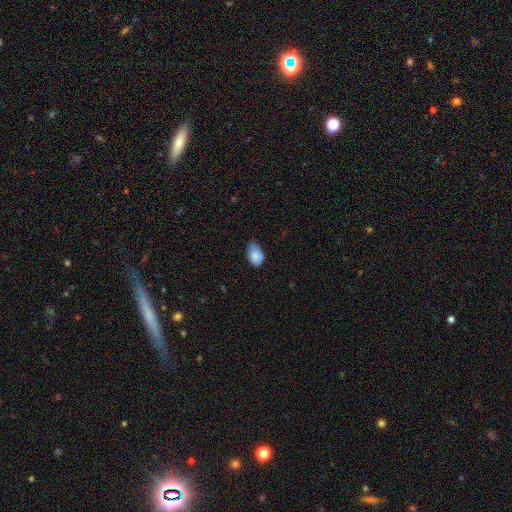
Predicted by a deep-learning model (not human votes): This is clearly a smooth galaxy (82%). How rounded: clearly in between (90%). Merging: possibly none (49%).